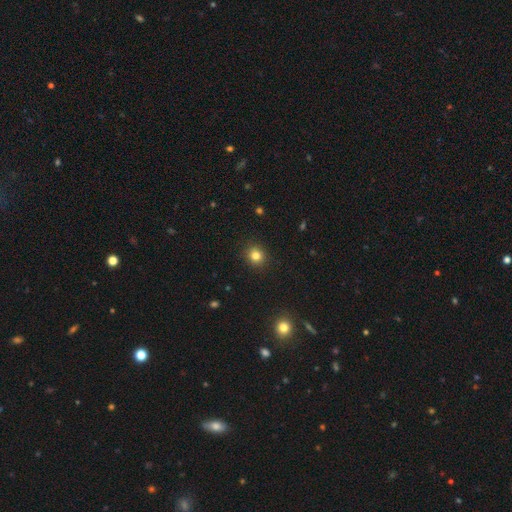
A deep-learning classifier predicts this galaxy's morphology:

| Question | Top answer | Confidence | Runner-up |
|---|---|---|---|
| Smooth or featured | smooth | 82% | star or artifact (13%) |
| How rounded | round | 86% | in between (13%) |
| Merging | none | 92% | minor disturbance (5%) |